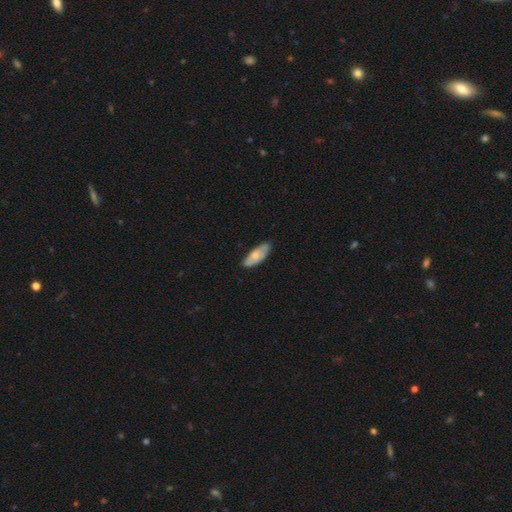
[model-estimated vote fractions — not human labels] Overall: smooth (64%; featured or disk 31%). How rounded: in between (77%). Merging: none (75%).